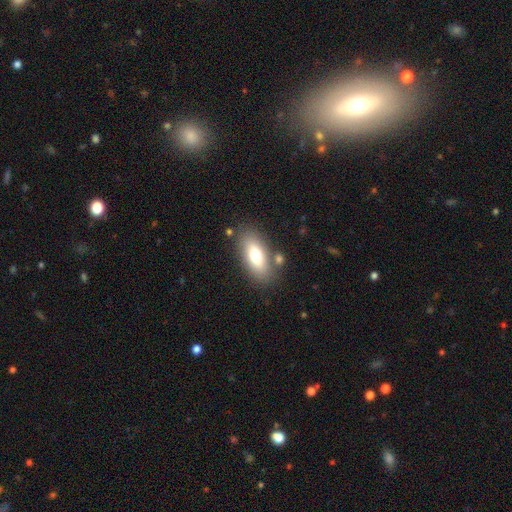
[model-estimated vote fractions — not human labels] Morphology: type=smooth (73%); roundness=in between (82%); merging=none (77%).